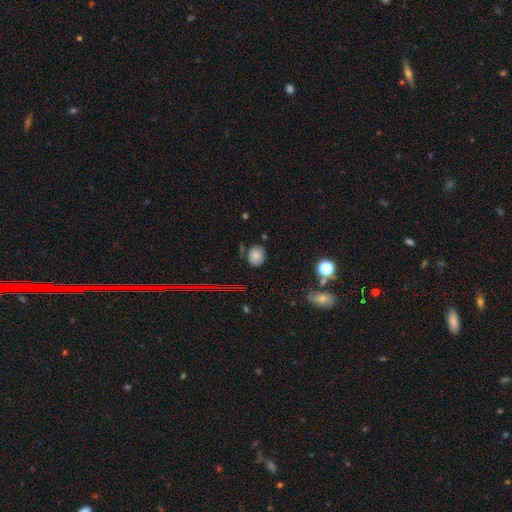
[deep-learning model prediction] smooth-or-featured: smooth: 76% | star or artifact: 15% | featured or disk: 9%
  how-rounded: round: 61% | in between: 38% | cigar-shaped: 1%
  merging: none: 74% | minor disturbance: 18% | major disturbance: 4% | merger: 4%